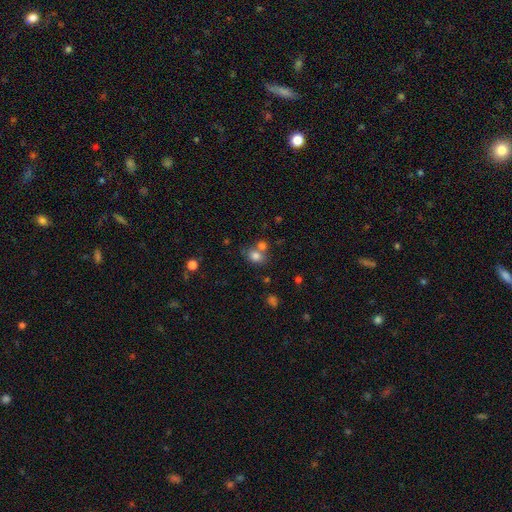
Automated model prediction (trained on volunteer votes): This appears to be a smooth galaxy with no disk features (78%) that is round (53%). Merging: none (51%).